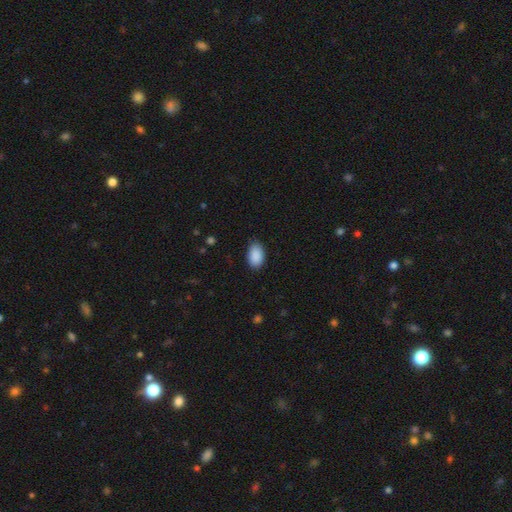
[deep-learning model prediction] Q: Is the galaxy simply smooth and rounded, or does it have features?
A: smooth — 91%.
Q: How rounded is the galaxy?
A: in between — 92%.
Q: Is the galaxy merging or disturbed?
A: none — 82%.